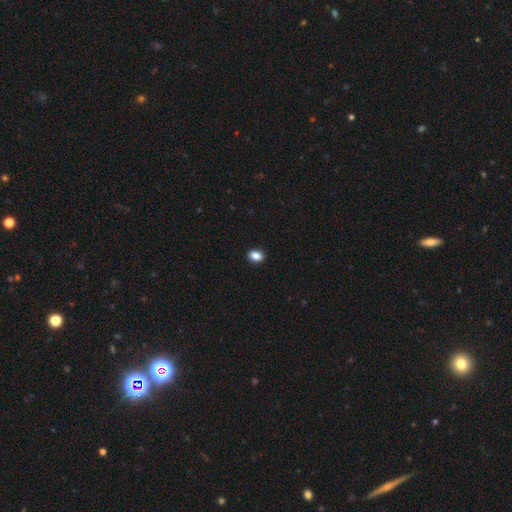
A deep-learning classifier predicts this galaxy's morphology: The model was most divided on "how rounded": in between: 74%, round: 24%, cigar-shaped: 1%. More confident: merging — none (91%); smooth or featured — smooth (88%).